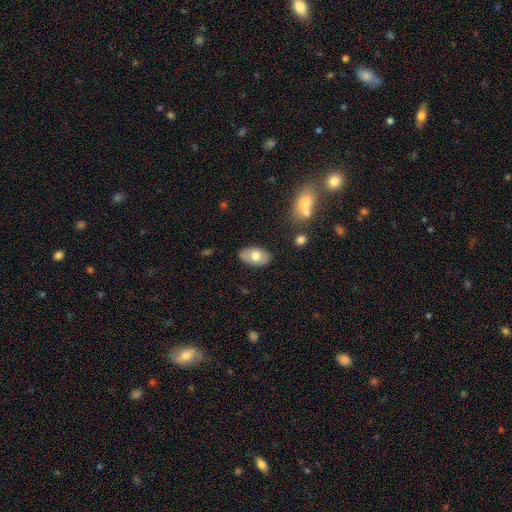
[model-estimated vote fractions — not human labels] smooth-or-featured: smooth: 69% | featured or disk: 24% | star or artifact: 7%
  how-rounded: in between: 92% | round: 7% | cigar-shaped: 1%
  merging: none: 83% | minor disturbance: 12% | major disturbance: 3% | merger: 2%